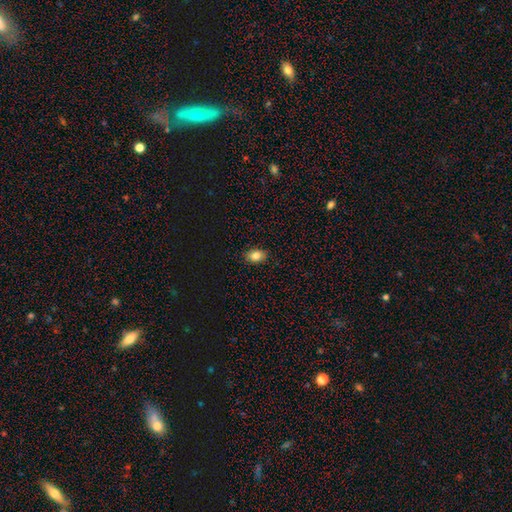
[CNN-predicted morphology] Smooth or featured?
  - smooth: 84% *
  - star or artifact: 9%
  - featured or disk: 6%
How rounded?
  - in between: 79% *
  - round: 19%
  - cigar-shaped: 1%
Merging?
  - none: 88% *
  - minor disturbance: 9%
  - major disturbance: 2%
  - merger: 1%